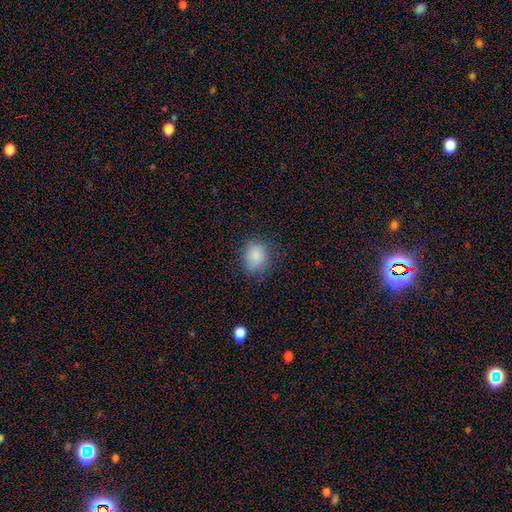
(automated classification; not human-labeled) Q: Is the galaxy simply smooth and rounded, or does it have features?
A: smooth — 84%.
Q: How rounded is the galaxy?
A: round — 55%.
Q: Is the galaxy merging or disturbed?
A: none — 72%.